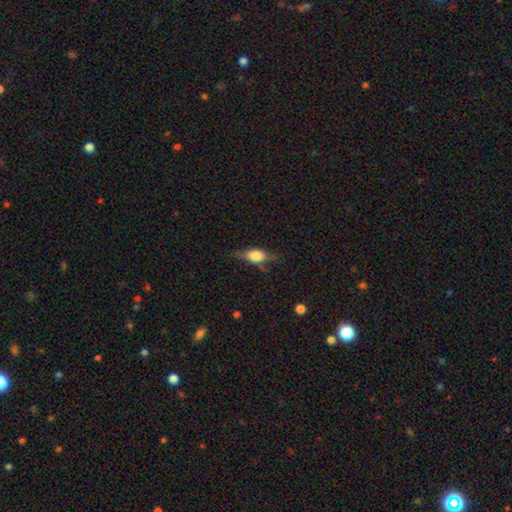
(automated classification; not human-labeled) This appears to be a smooth galaxy with no disk features (55%) that is in between round and cigar-shaped (69%). Merging: none (64%).